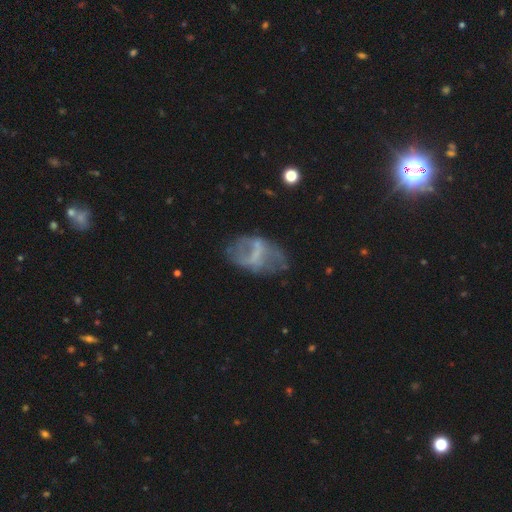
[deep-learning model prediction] A featured or disk galaxy (62%) with a weak bar (36%), no spiral arms (62%) and no central bulge (61%).

Vote fractions:
- Smooth or featured? featured or disk: 62% / smooth: 27% / star or artifact: 11%
- Edge-on disk? no: 95% / yes: 5%
- Bar? weak: 36% / no: 34% / strong: 29%
- Spiral arms? no: 62% / yes: 38%
- Bulge size? none: 61% / small: 23% / moderate: 13% / large: 3% / dominant: 1%
- Merging? none: 49% / minor disturbance: 24% / major disturbance: 22% / merger: 4%